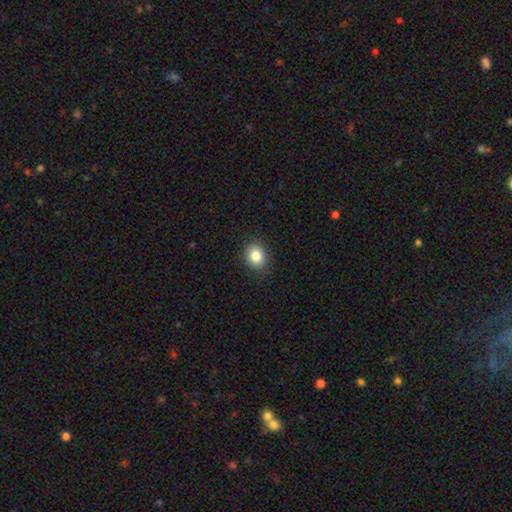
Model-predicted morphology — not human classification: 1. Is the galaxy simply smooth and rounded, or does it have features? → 84% smooth, 10% star or artifact, 6% featured or disk.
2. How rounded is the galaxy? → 61% round, 38% in between, 1% cigar-shaped.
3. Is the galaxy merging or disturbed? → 88% none, 9% minor disturbance, 2% major disturbance, 1% merger.